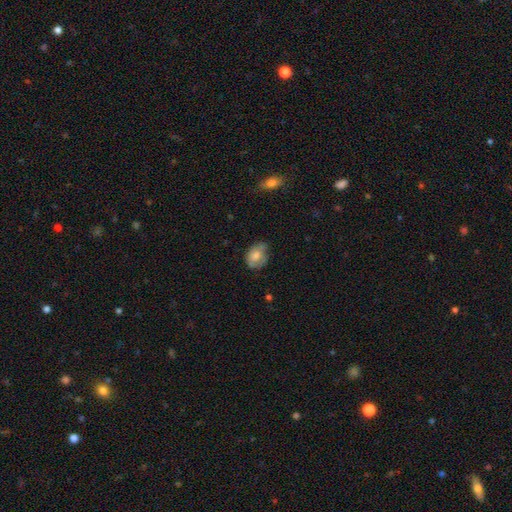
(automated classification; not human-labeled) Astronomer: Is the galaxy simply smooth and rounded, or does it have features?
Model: smooth — 65%.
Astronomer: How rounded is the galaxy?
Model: in between — 64%.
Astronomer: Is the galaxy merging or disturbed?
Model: none — 47% (runner-up: minor disturbance, 37%).